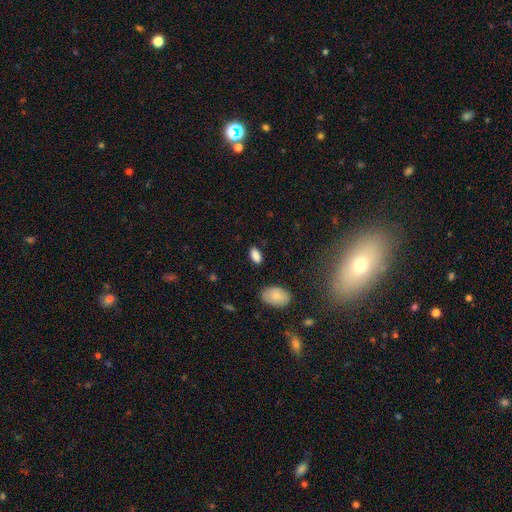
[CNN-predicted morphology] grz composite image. It shows a smooth galaxy with no disk features (86%) that is in between round and cigar-shaped (91%). Merging: none (85%).